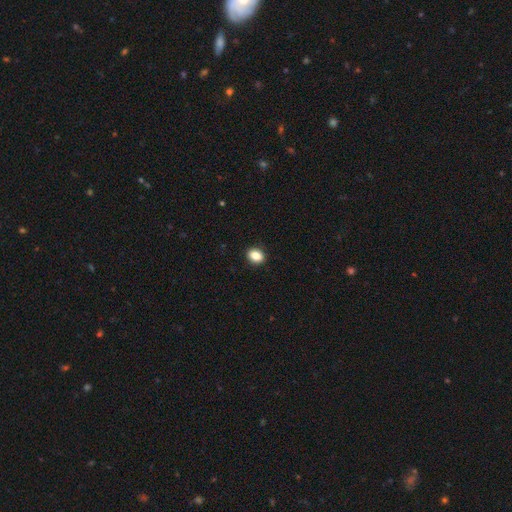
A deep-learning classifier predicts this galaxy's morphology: type=smooth (86%); roundness=in between (66%); merging=none (90%).